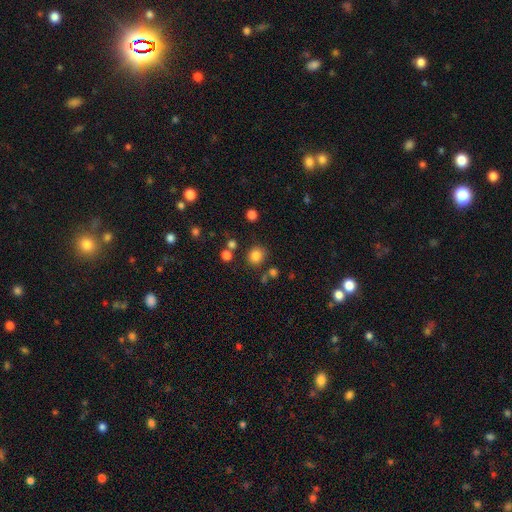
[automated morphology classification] Smooth or featured?
  - smooth: 82% *
  - star or artifact: 13%
  - featured or disk: 5%
How rounded?
  - round: 80% *
  - in between: 19%
  - cigar-shaped: 1%
Merging?
  - none: 81% *
  - minor disturbance: 9%
  - merger: 6%
  - major disturbance: 3%